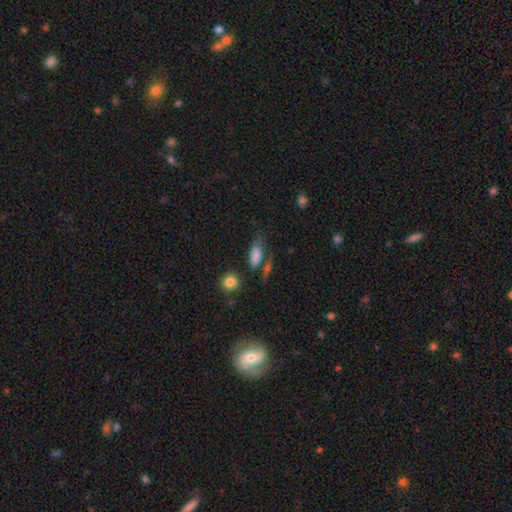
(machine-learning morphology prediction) smooth_or_featured: smooth (p=0.80) [alt: featured or disk p=0.11]
how_rounded: in between (p=0.77) [alt: cigar-shaped p=0.18]
merging: none (p=0.51) [alt: minor disturbance p=0.24]